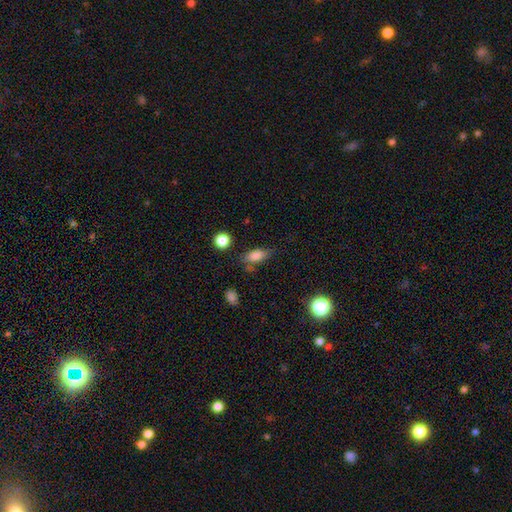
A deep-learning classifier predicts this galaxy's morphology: A smooth galaxy with no disk features (80%) that is in between round and cigar-shaped (79%). Merging: none (66%).